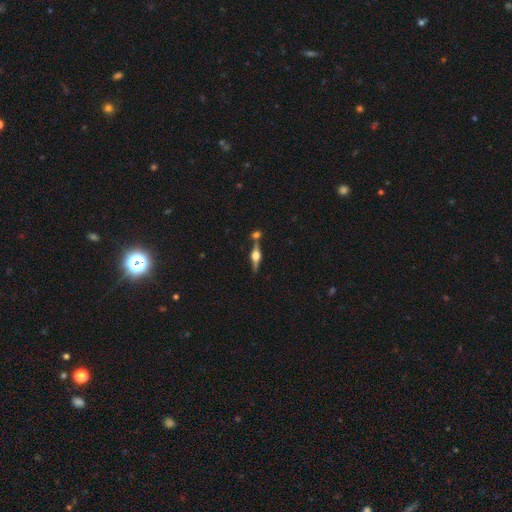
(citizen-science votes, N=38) This is clearly a featured or disk galaxy (82%). It is clearly viewed edge-on (100%). Edge-on bulge: clearly rounded (100%). Merging: likely none (64%).